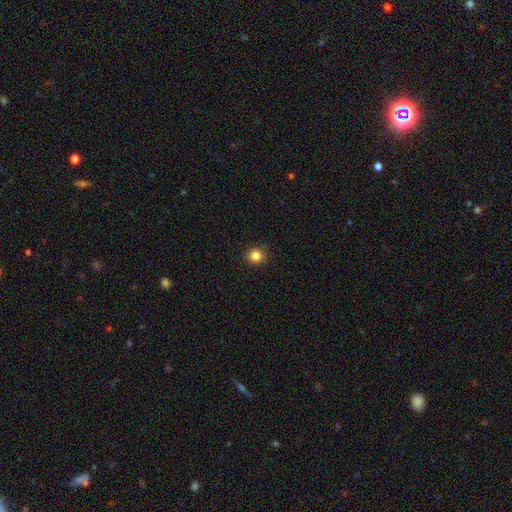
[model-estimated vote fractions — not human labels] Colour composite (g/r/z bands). It shows a smooth galaxy with no disk features (84%) that is round (91%). Merging: none (91%).